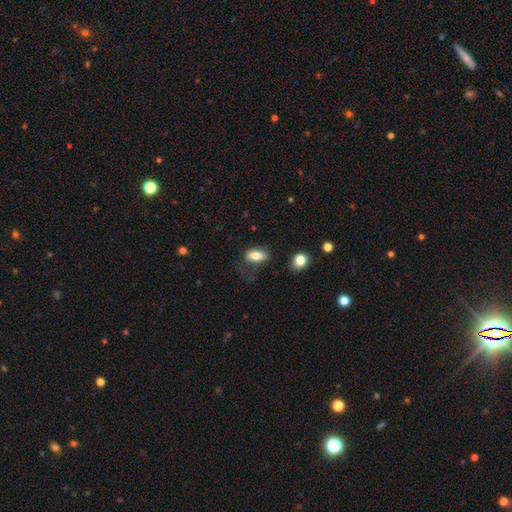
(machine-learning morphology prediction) This is clearly a smooth galaxy (80%). How rounded: clearly in between (87%). Merging: possibly none (47%).